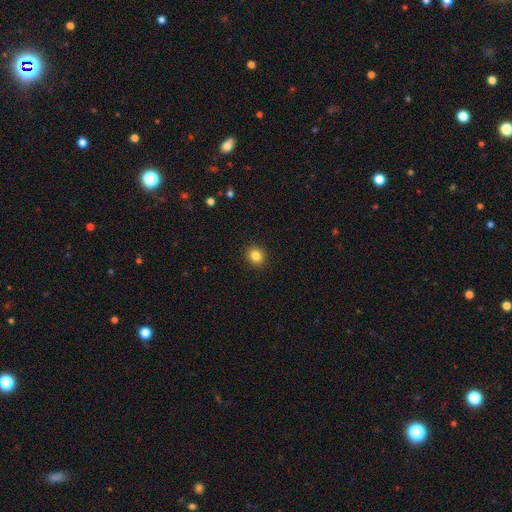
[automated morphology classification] Smooth or featured?
  - smooth: 84% *
  - star or artifact: 11%
  - featured or disk: 5%
How rounded?
  - round: 78% *
  - in between: 21%
  - cigar-shaped: 1%
Merging?
  - none: 91% *
  - minor disturbance: 6%
  - major disturbance: 2%
  - merger: 1%